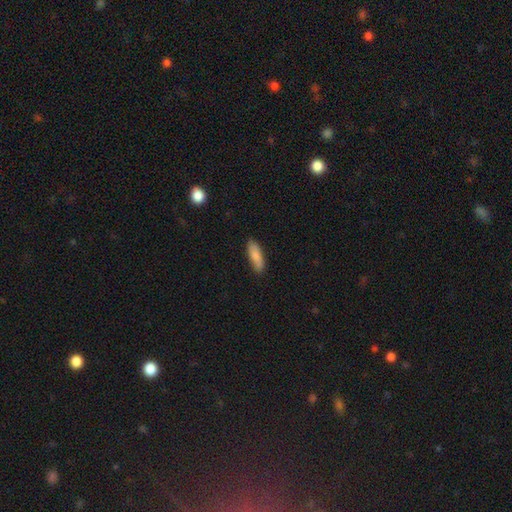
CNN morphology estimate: Smooth or featured? smooth (84%)
How rounded? in between (50%)
Merging? none (84%)